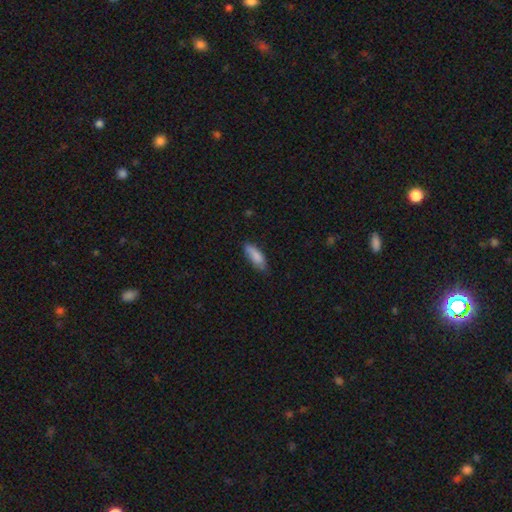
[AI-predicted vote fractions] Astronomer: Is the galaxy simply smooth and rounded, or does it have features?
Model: smooth — 85%.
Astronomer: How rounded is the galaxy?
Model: in between — 61% (runner-up: cigar-shaped, 37%).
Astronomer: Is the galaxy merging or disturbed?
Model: none — 70%.